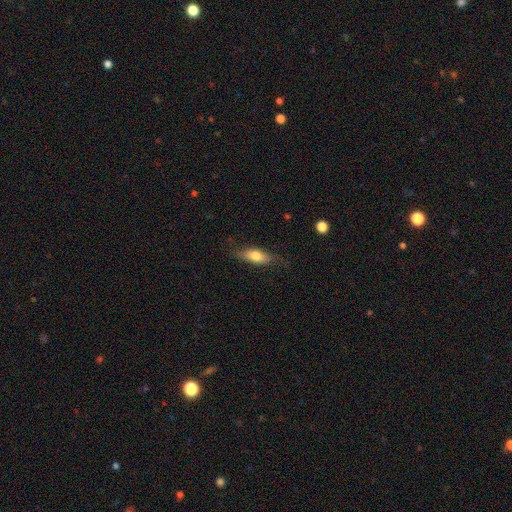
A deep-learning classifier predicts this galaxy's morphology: Q: Smooth or featured?
A: smooth (67%); runner-up: featured or disk (26%)
Q: How rounded?
A: in between (64%); runner-up: cigar-shaped (33%)
Q: Merging?
A: none (72%); runner-up: minor disturbance (21%)